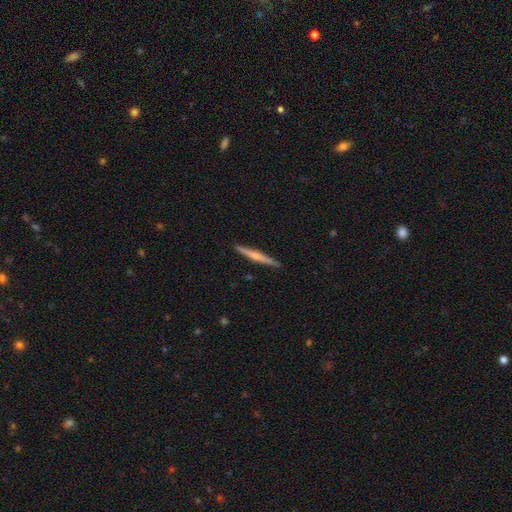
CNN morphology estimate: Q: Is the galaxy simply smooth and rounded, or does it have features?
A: featured or disk — 56%.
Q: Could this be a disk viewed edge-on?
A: yes — 98%.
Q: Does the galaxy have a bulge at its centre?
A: rounded — 68%.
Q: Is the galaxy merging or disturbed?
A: none — 91%.